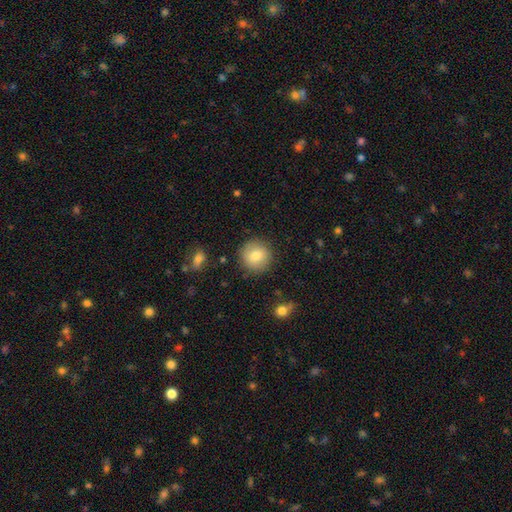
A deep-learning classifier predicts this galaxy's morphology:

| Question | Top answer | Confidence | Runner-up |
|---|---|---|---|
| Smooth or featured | smooth | 81% | featured or disk (11%) |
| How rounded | round | 93% | in between (6%) |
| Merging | none | 88% | minor disturbance (8%) |